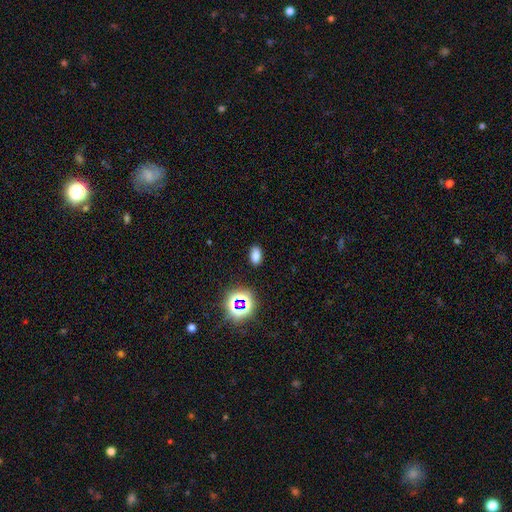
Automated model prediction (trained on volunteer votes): smooth 74%, star or artifact 20%, featured or disk 6%. Down the decision tree: how rounded — in between (89%); merging — none (87%).